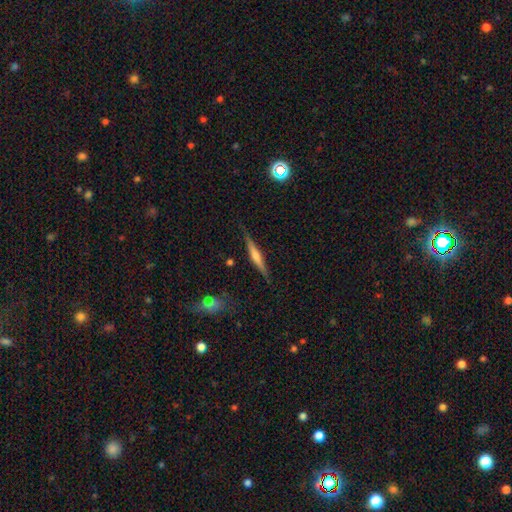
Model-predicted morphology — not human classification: Smooth or featured: featured or disk — 63% (smooth — 30%)
Edge-on disk: yes — 97% (no — 3%)
Edge-on bulge: rounded — 68% (none — 17%)
Merging: none — 87% (minor disturbance — 10%)